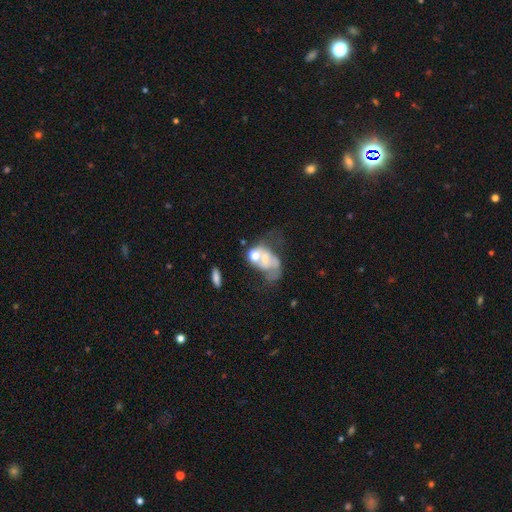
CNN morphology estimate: Smooth or featured: featured or disk — 47% (smooth — 42%)
Merging: merger — 49% (major disturbance — 28%)